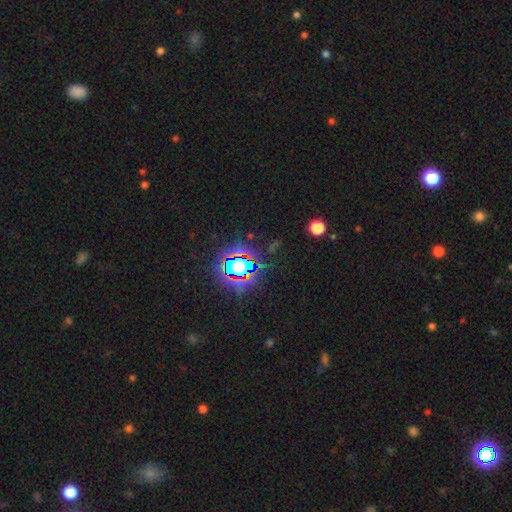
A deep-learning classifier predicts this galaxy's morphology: A star or artifact, not a galaxy (82%).

Vote fractions:
- Smooth or featured? star or artifact: 82% / smooth: 11% / featured or disk: 7%